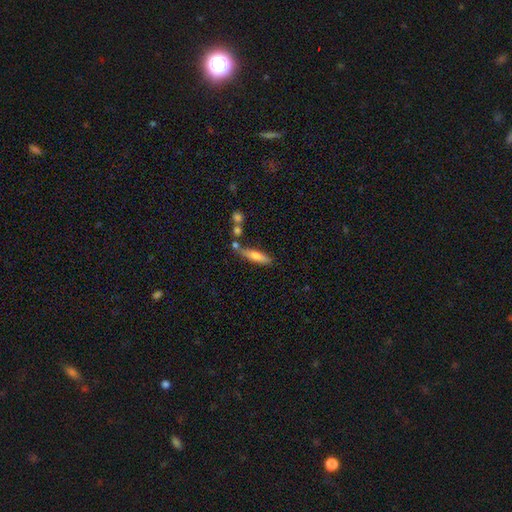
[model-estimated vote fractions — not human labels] This appears to be a smooth galaxy with no disk features (60%) that is cigar-shaped (71%). Merging: none (63%).